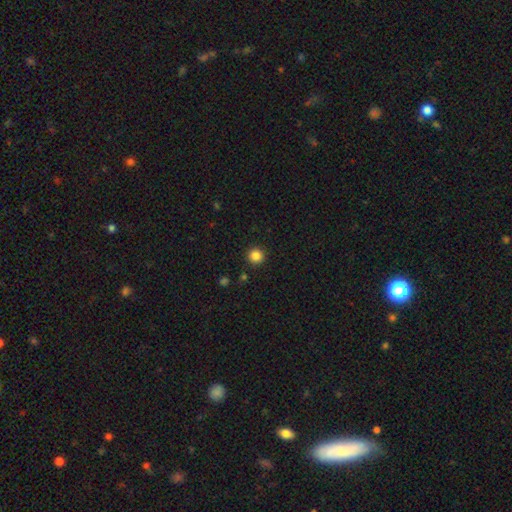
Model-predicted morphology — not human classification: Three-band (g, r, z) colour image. It shows a smooth galaxy with no disk features (85%) that is round (95%). Merging: none (92%).